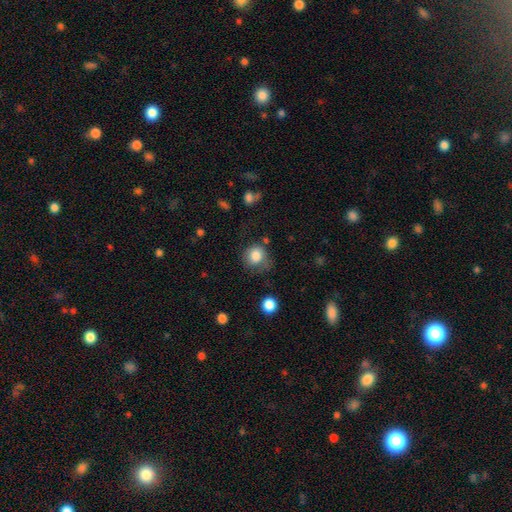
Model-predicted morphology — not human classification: This is clearly a smooth galaxy (82%). How rounded: clearly round (80%). Merging: possibly none (57%).